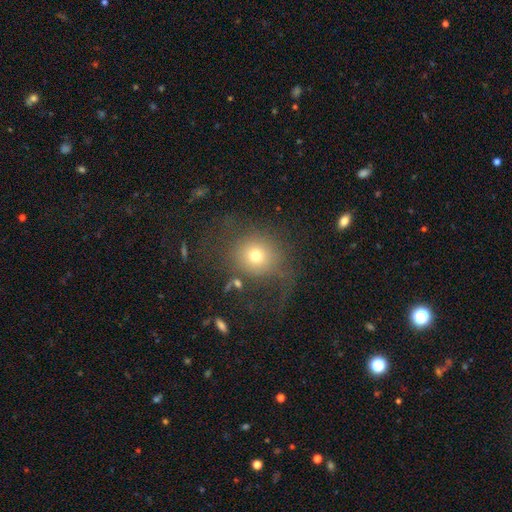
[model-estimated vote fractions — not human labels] A smooth galaxy with no disk features (65%) that is round (84%).

Vote fractions:
- Smooth or featured? smooth: 65% / featured or disk: 19% / star or artifact: 16%
- How rounded? round: 84% / in between: 15% / cigar-shaped: 1%
- Merging? none: 52% / major disturbance: 30% / minor disturbance: 15% / merger: 3%